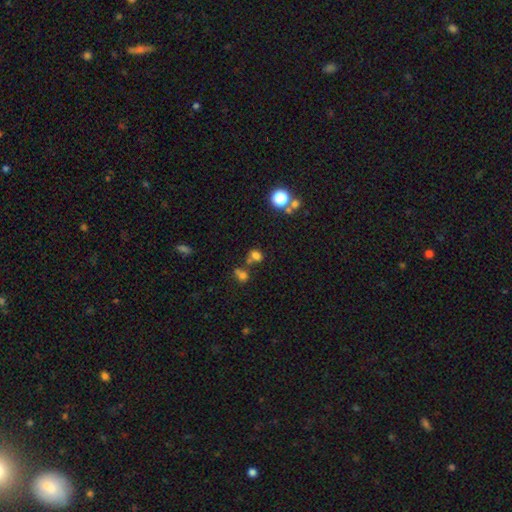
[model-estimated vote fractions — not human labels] Smooth or featured? smooth (71%)
How rounded? in between (55%)
Merging? none (54%)